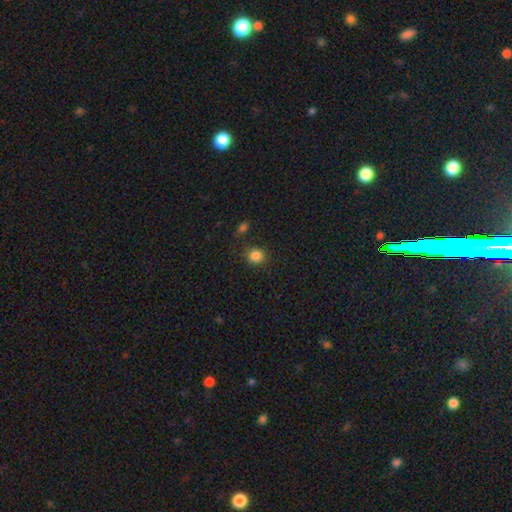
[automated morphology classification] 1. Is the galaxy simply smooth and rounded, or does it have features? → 85% smooth, 12% star or artifact, 4% featured or disk.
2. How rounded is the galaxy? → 82% round, 17% in between, 1% cigar-shaped.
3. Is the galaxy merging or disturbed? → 84% none, 9% minor disturbance, 3% merger, 3% major disturbance.